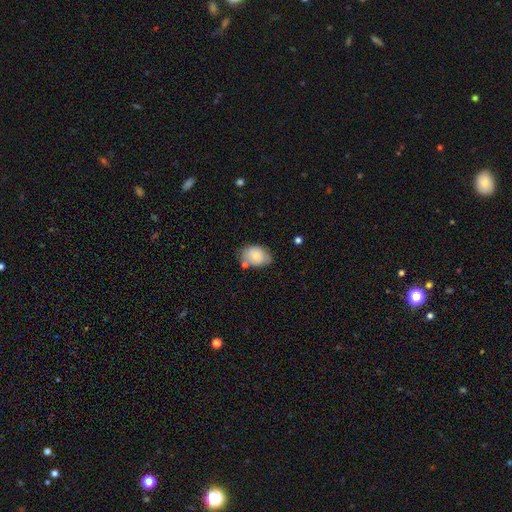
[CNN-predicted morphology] A smooth galaxy with no disk features (75%) that is in between round and cigar-shaped (76%). Merging: none (62%).